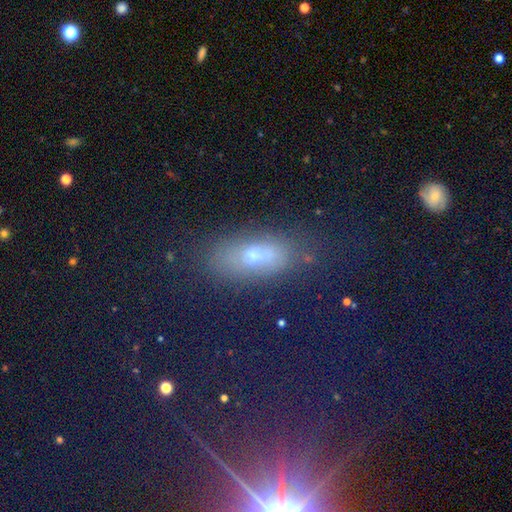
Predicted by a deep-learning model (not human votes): smooth_or_featured: smooth (p=0.47) [alt: star or artifact p=0.33]
merging: none (p=0.78) [alt: minor disturbance p=0.14]